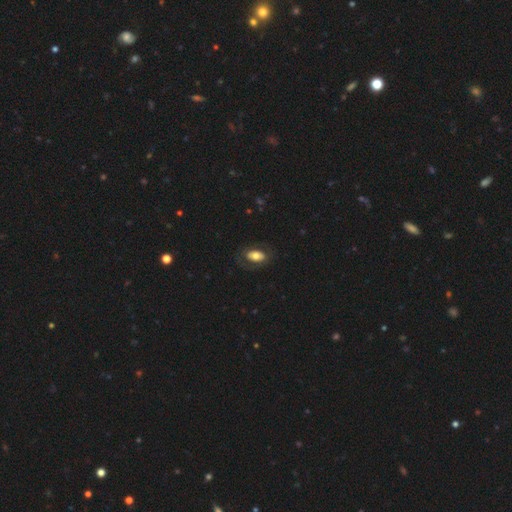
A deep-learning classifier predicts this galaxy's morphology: A smooth galaxy with no disk features (65%) that is in between round and cigar-shaped (91%).

Vote fractions:
- Smooth or featured? smooth: 65% / featured or disk: 29% / star or artifact: 6%
- How rounded? in between: 91% / round: 7% / cigar-shaped: 3%
- Merging? none: 75% / minor disturbance: 14% / major disturbance: 10% / merger: 1%